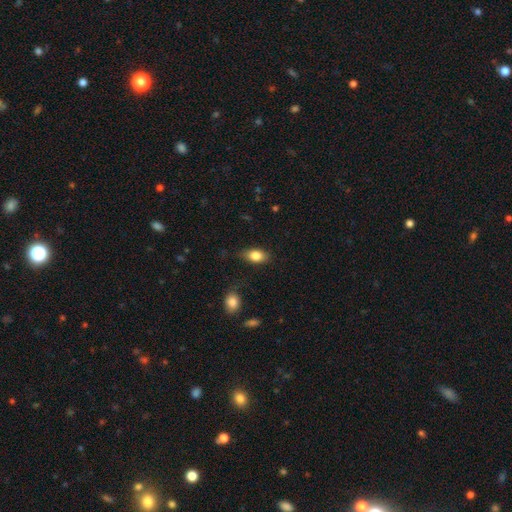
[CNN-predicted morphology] Smooth or featured?
  - smooth: 83% *
  - featured or disk: 9%
  - star or artifact: 8%
How rounded?
  - in between: 86% *
  - round: 10%
  - cigar-shaped: 4%
Merging?
  - none: 75% *
  - minor disturbance: 18%
  - major disturbance: 5%
  - merger: 2%